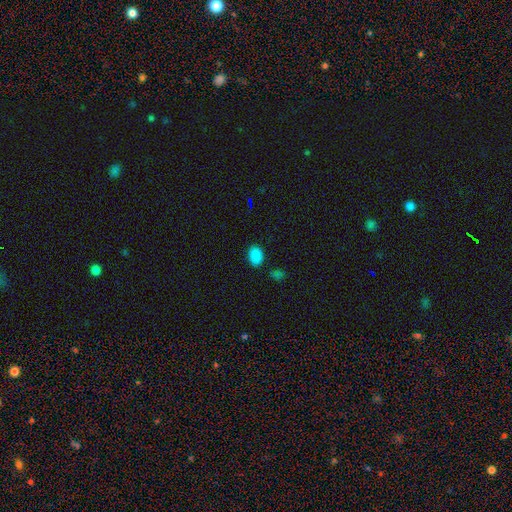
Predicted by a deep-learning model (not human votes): Smooth or featured: smooth — 85% (star or artifact — 11%)
How rounded: in between — 83% (round — 16%)
Merging: none — 81% (minor disturbance — 12%)